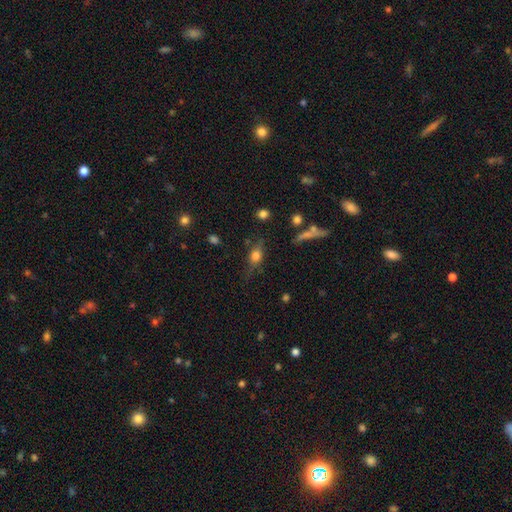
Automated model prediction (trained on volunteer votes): Overall: smooth (65%). How rounded: in between (62%; round 25%). Merging: none (61%; minor disturbance 23%).